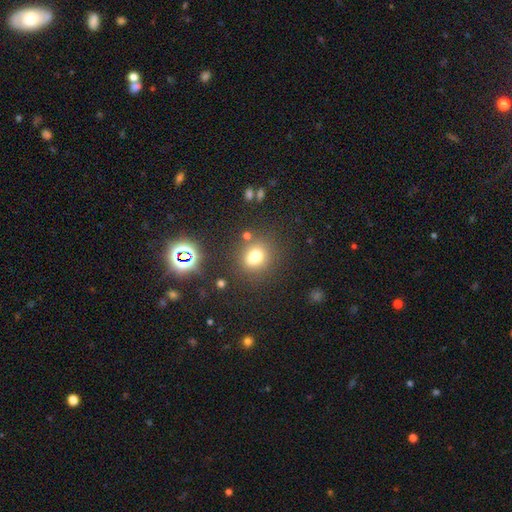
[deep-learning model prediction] Morphology: type=smooth (73%); roundness=round (64%); merging=none (70%).